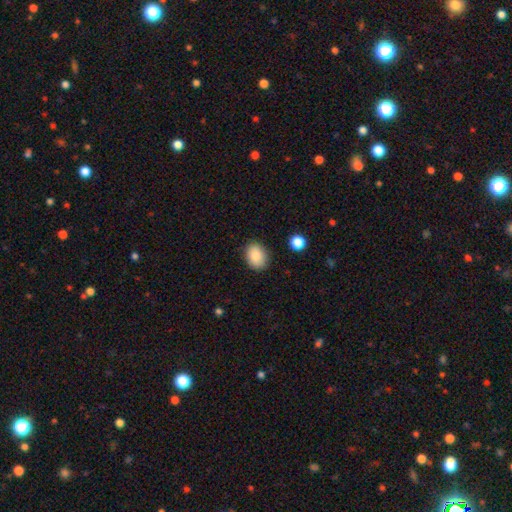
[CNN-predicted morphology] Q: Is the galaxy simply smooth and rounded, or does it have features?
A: smooth — 85%.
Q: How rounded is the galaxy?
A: in between — 62%.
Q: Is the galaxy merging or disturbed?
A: none — 87%.